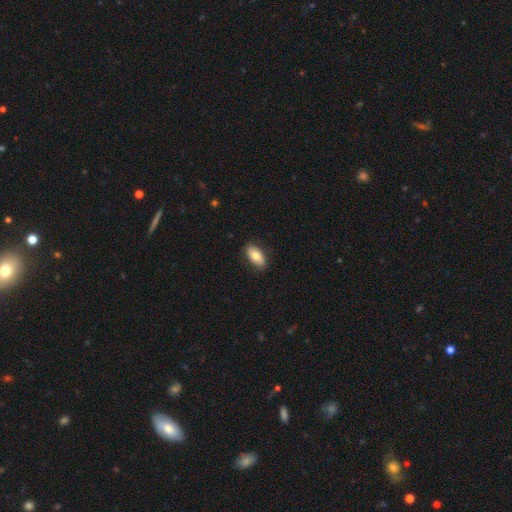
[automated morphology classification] Smooth or featured? Predicted: smooth (p=0.78). How rounded? Predicted: in between (p=0.91). Merging? Predicted: none (p=0.85).